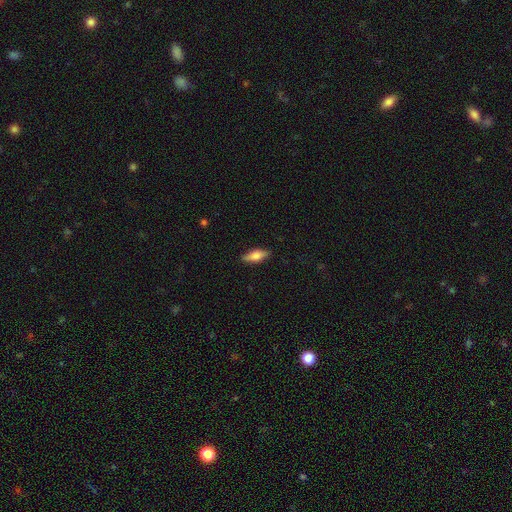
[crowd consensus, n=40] smooth-or-featured: smooth: 57% | featured or disk: 40% | star or artifact: 2%
  how-rounded: in between: 57% | cigar-shaped: 43% | round: 0%
  merging: none: 92% | minor disturbance: 8% | major disturbance: 0% | merger: 0%